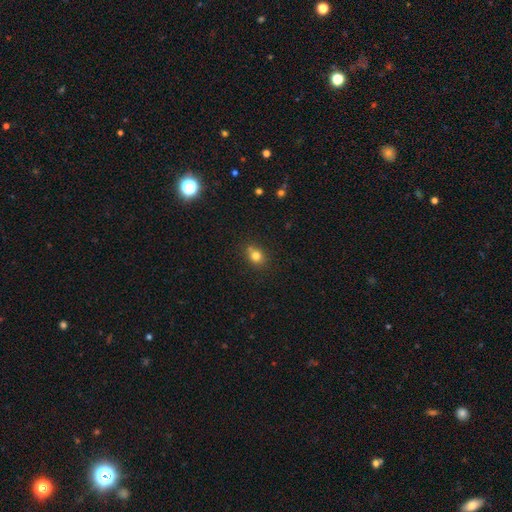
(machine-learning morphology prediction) type=smooth (78%); roundness=round (63%); merging=none (66%).